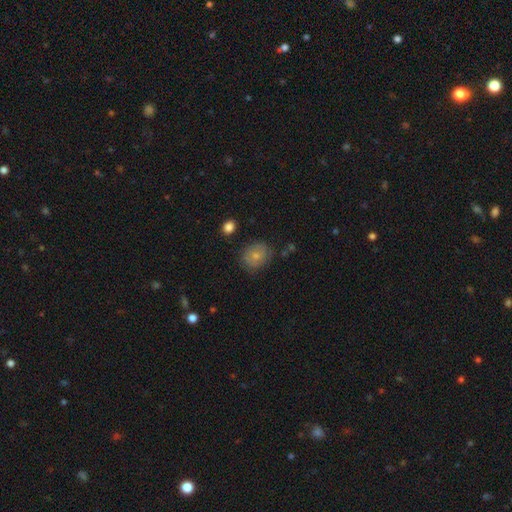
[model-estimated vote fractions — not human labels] smooth 66%, featured or disk 25%, star or artifact 9%. Down the decision tree: how rounded — round (65%); merging — none (73%).